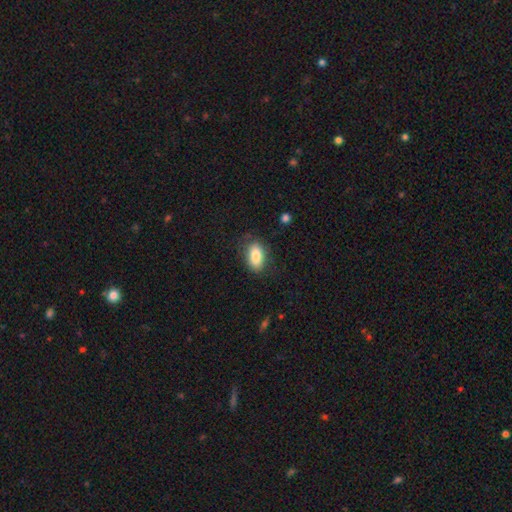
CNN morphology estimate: A smooth galaxy with no disk features (84%) that is in between round and cigar-shaped (91%).

Vote fractions:
- Smooth or featured? smooth: 84% / featured or disk: 9% / star or artifact: 7%
- How rounded? in between: 91% / round: 6% / cigar-shaped: 3%
- Merging? none: 76% / minor disturbance: 17% / major disturbance: 6% / merger: 1%